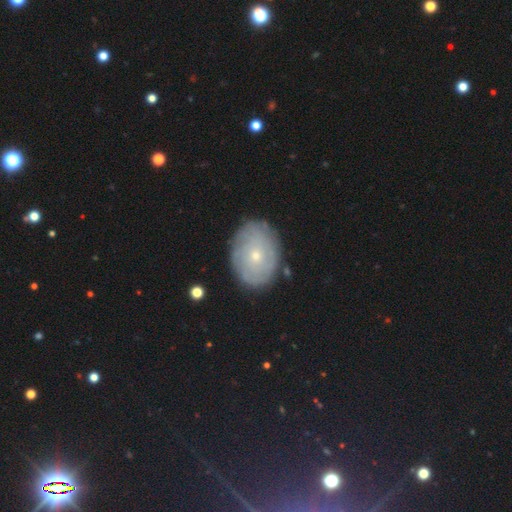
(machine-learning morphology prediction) Q: Smooth or featured?
A: featured or disk (58%); runner-up: smooth (34%)
Q: Edge-on disk?
A: no (95%); runner-up: yes (5%)
Q: Bar?
A: no (85%); runner-up: weak (12%)
Q: Spiral arms?
A: yes (69%); runner-up: no (31%)
Q: Bulge size?
A: small (70%); runner-up: moderate (27%)
Q: Merging?
A: none (83%); runner-up: minor disturbance (13%)